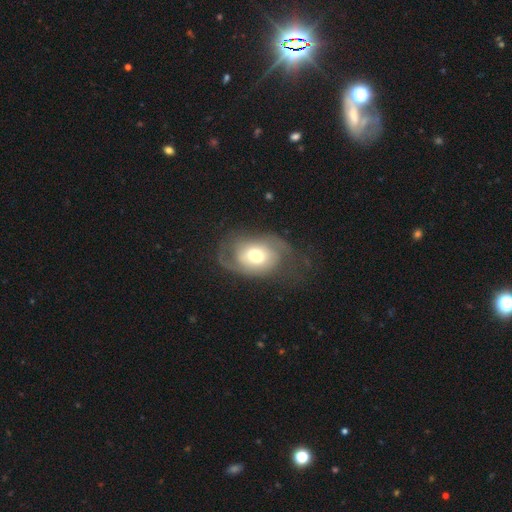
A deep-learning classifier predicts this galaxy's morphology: Smooth or featured? Predicted: featured or disk (p=0.52). Edge-on disk? Predicted: no (p=0.95). Merging? Predicted: none (p=0.44).